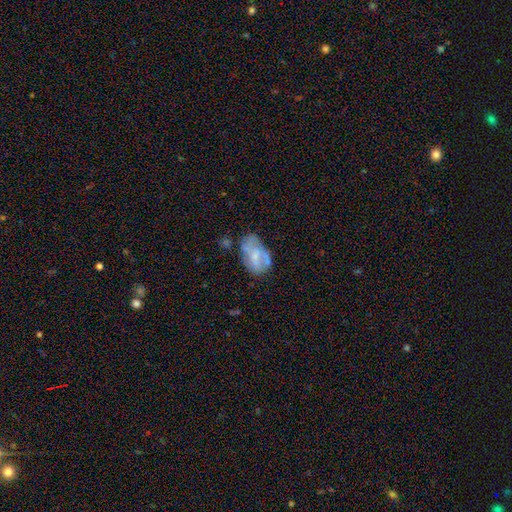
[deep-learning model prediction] smooth_or_featured: featured or disk (p=0.49) [alt: smooth p=0.42]
merging: none (p=0.40) [alt: minor disturbance p=0.30]